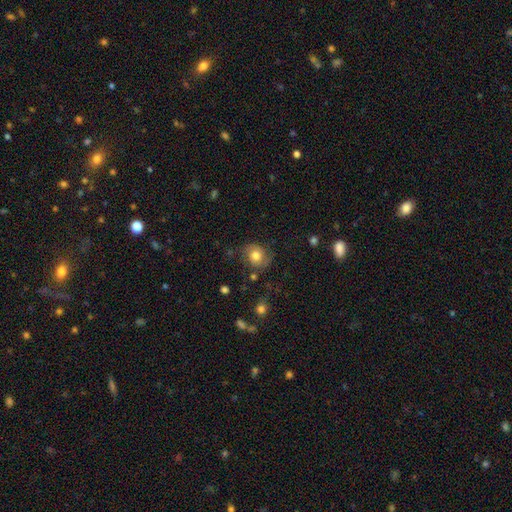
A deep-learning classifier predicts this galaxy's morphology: smooth 60%, featured or disk 30%, star or artifact 10%. Down the decision tree: how rounded — round (73%); merging — none (69%).